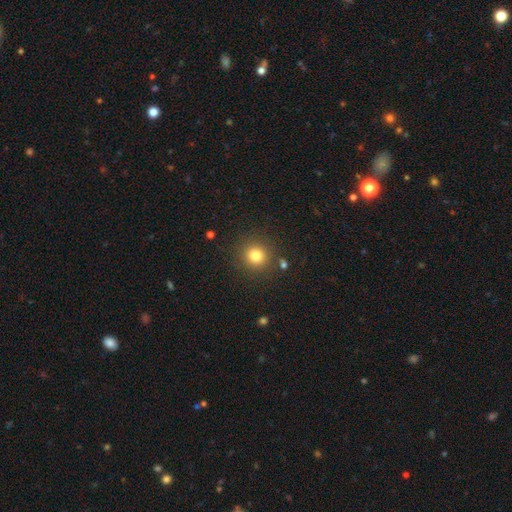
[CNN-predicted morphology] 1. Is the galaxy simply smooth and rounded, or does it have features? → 80% smooth, 14% star or artifact, 6% featured or disk.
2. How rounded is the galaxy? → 93% round, 6% in between, 1% cigar-shaped.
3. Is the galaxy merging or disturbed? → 88% none, 7% minor disturbance, 3% major disturbance, 3% merger.